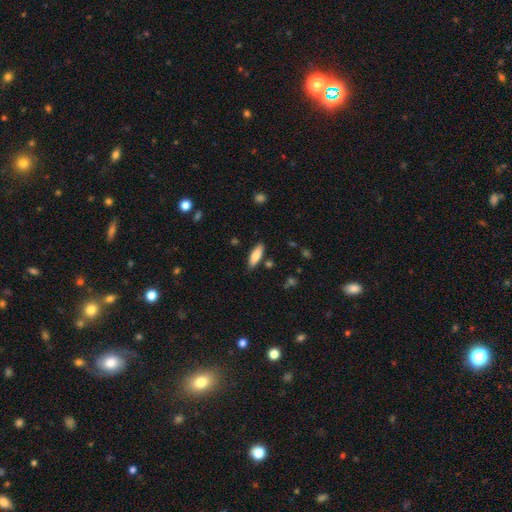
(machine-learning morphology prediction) The model was most divided on "how rounded": in between: 56%, cigar-shaped: 42%, round: 2%. More confident: merging — none (85%); smooth or featured — smooth (81%).